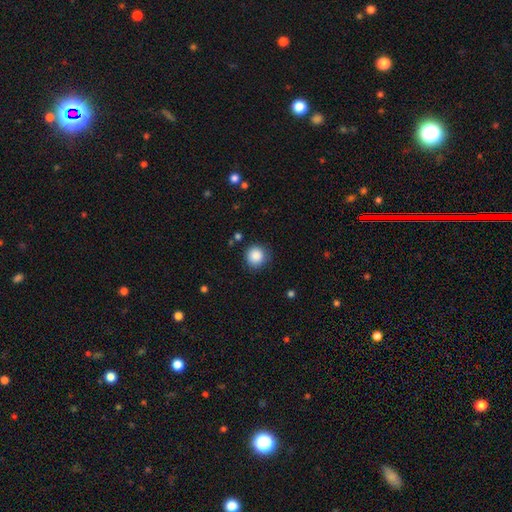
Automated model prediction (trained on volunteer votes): smooth-or-featured: smooth: 87% | star or artifact: 9% | featured or disk: 4%
  how-rounded: round: 93% | in between: 6% | cigar-shaped: 1%
  merging: none: 85% | minor disturbance: 11% | major disturbance: 3% | merger: 2%